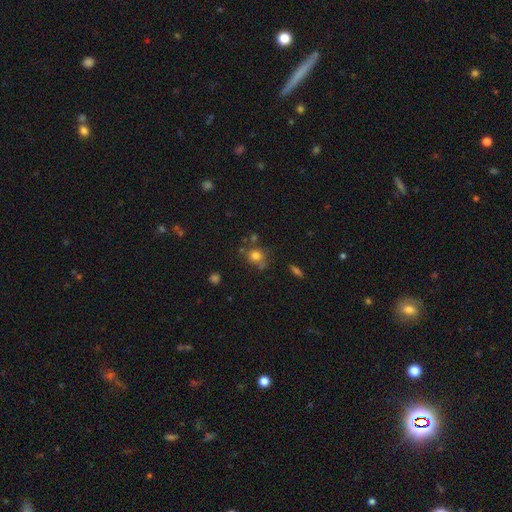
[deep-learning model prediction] Q: Smooth or featured?
A: smooth (77%); runner-up: star or artifact (14%)
Q: How rounded?
A: round (77%); runner-up: in between (22%)
Q: Merging?
A: none (61%); runner-up: minor disturbance (18%)